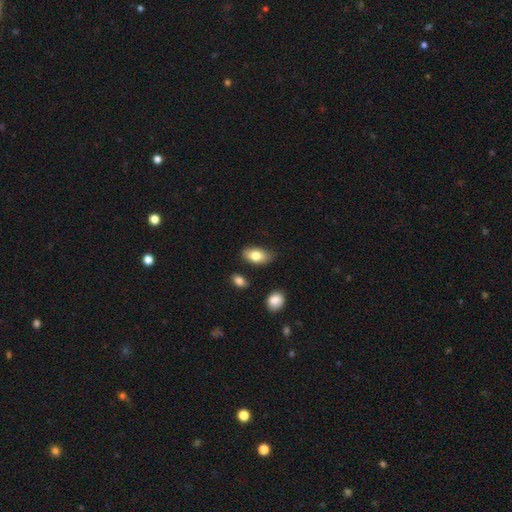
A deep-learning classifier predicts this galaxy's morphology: smooth 80%, featured or disk 13%, star or artifact 7%. Down the decision tree: how rounded — in between (92%); merging — none (78%).